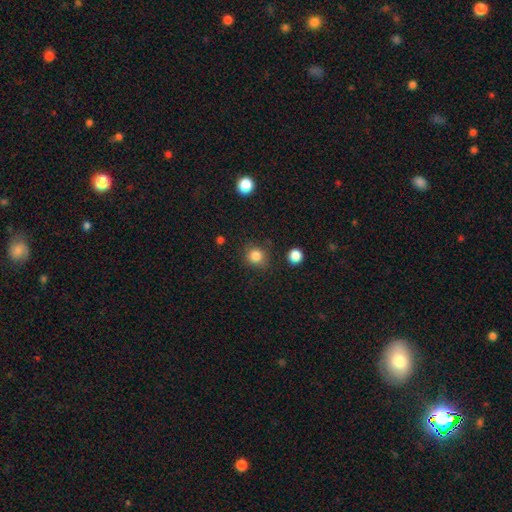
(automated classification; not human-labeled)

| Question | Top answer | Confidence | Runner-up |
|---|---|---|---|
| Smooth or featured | smooth | 84% | star or artifact (12%) |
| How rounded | round | 87% | in between (12%) |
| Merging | none | 84% | minor disturbance (11%) |